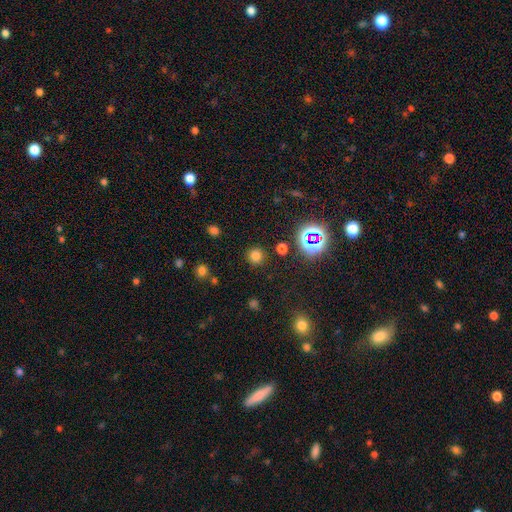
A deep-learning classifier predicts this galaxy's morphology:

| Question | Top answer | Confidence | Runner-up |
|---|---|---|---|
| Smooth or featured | smooth | 73% | star or artifact (22%) |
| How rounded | round | 93% | in between (6%) |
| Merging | none | 89% | minor disturbance (6%) |